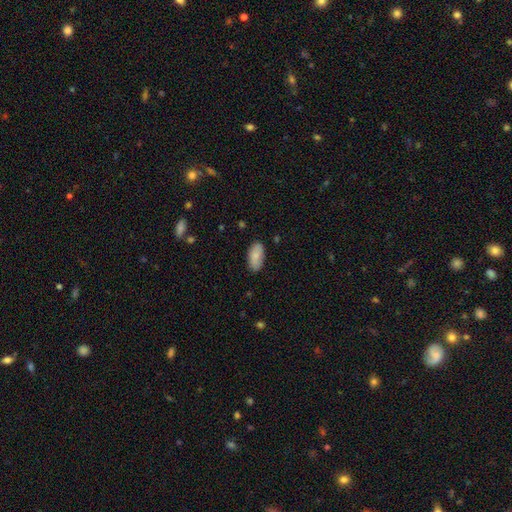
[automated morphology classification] This is clearly a smooth galaxy (83%). How rounded: clearly in between (93%). Merging: clearly none (83%).